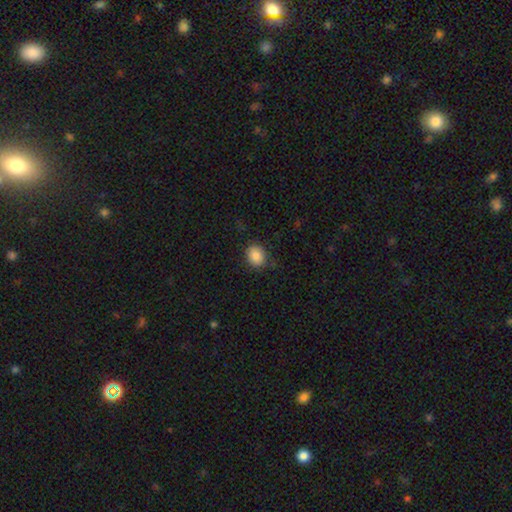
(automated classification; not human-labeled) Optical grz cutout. It shows a smooth galaxy with no disk features (86%) that is round (57%). Merging: none (83%).